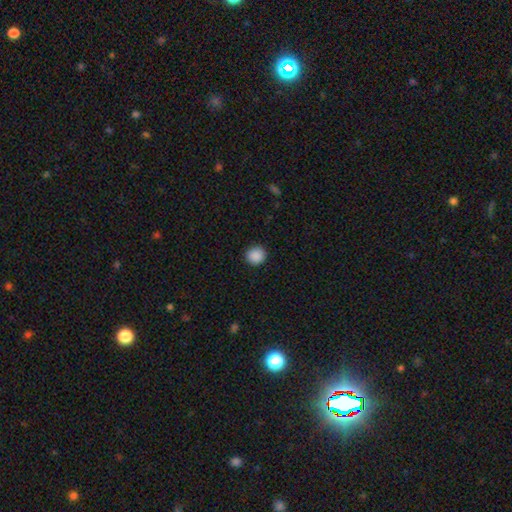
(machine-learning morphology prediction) This is clearly a smooth galaxy (89%). How rounded: clearly round (90%). Merging: clearly none (92%).